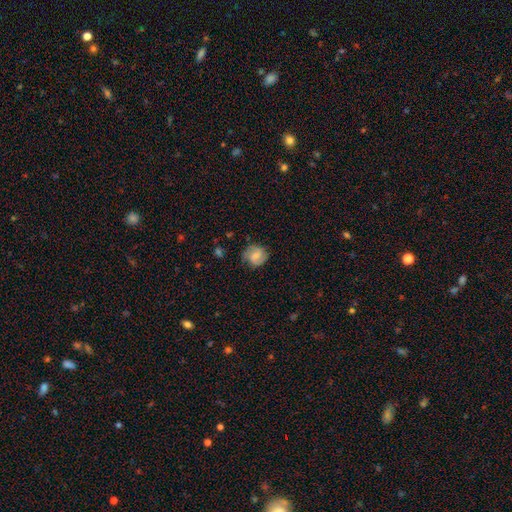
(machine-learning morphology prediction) Smooth or featured? featured or disk (58%)
Edge-on disk? no (98%)
Bar? weak (50%)
Spiral arms? yes (92%)
Spiral winding? medium (47%)
Spiral arm count? 2 (85%)
Bulge size? small (43%)
Merging? none (77%)